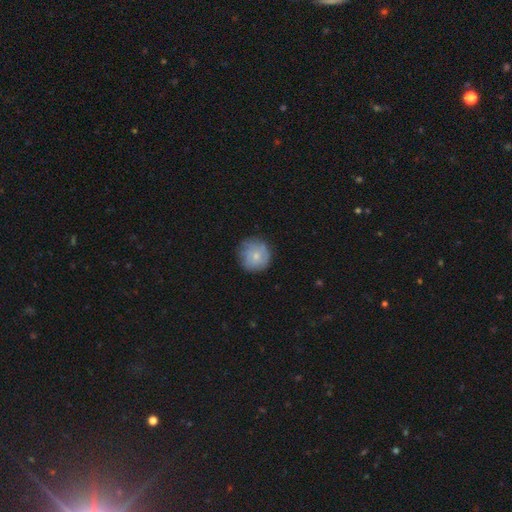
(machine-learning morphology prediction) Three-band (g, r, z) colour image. It shows a smooth galaxy with no disk features (59%) that is round (91%). Merging: none (75%).